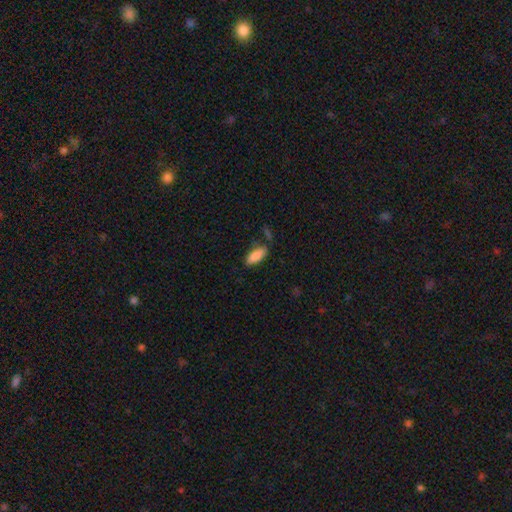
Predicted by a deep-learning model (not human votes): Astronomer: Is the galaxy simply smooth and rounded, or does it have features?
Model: smooth — 87%.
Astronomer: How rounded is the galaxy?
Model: in between — 83%.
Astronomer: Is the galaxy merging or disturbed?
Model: none — 75%.